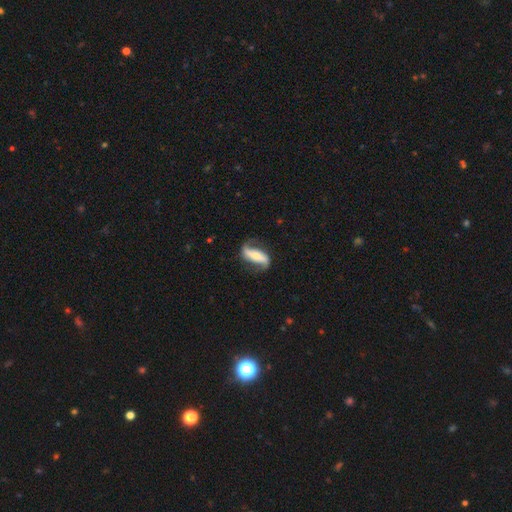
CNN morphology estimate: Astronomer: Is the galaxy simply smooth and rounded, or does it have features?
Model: featured or disk — 75%.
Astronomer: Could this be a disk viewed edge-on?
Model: no — 87%.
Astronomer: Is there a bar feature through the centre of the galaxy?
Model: strong — 55%.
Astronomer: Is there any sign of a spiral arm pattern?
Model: yes — 89%.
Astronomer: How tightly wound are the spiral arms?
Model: loose — 64%.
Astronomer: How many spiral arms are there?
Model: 2 — 90%.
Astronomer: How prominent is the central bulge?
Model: small — 45% (runner-up: moderate, 44%).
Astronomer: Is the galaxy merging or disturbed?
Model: none — 72%.